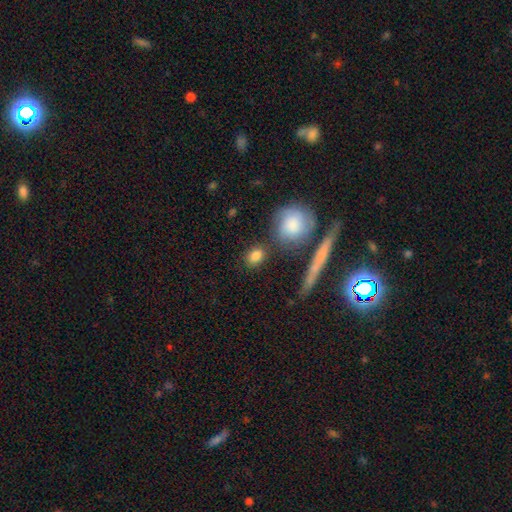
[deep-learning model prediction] Smooth or featured: smooth — 84% (featured or disk — 8%)
How rounded: in between — 50% (round — 45%)
Merging: none — 78% (minor disturbance — 10%)